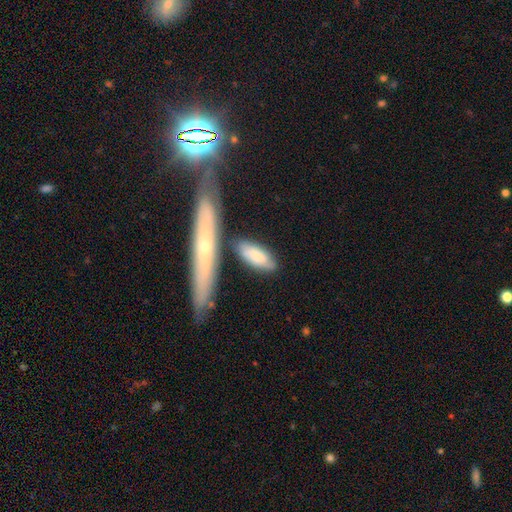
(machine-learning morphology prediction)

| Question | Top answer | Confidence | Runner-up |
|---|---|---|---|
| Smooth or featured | smooth | 69% | featured or disk (25%) |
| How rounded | in between | 62% | cigar-shaped (36%) |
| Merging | none | 67% | minor disturbance (18%) |